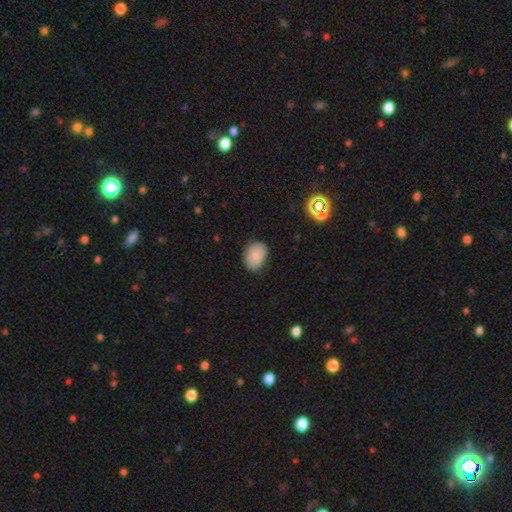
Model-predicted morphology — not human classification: This appears to be a smooth galaxy with no disk features (84%) that is in between round and cigar-shaped (74%). Merging: none (79%).